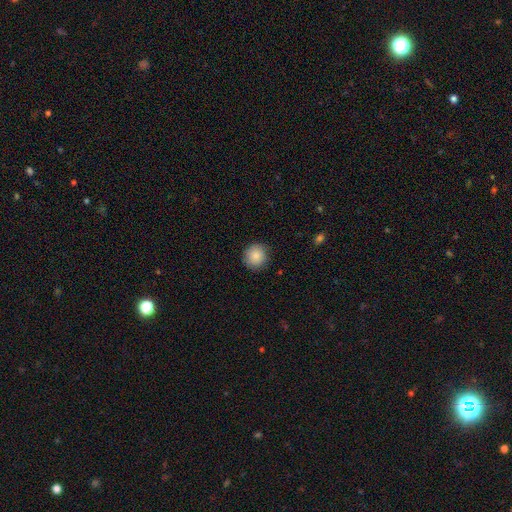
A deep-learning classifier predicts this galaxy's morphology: smooth-or-featured: smooth: 86% | star or artifact: 8% | featured or disk: 6%
  how-rounded: round: 92% | in between: 7% | cigar-shaped: 1%
  merging: none: 87% | minor disturbance: 10% | major disturbance: 2% | merger: 1%